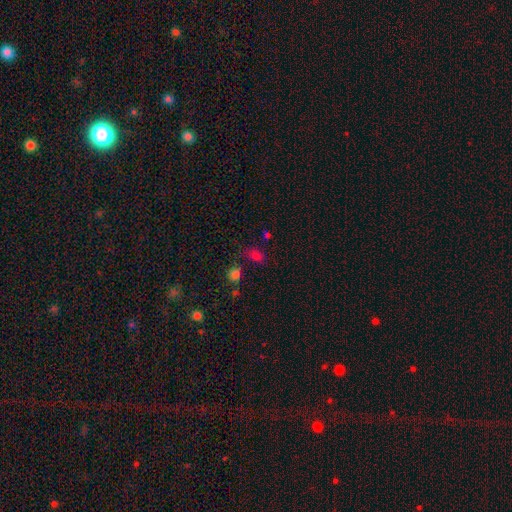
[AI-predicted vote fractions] This appears to be a smooth galaxy with no disk features (68%) that is in between round and cigar-shaped (72%). Merging: none (59%).